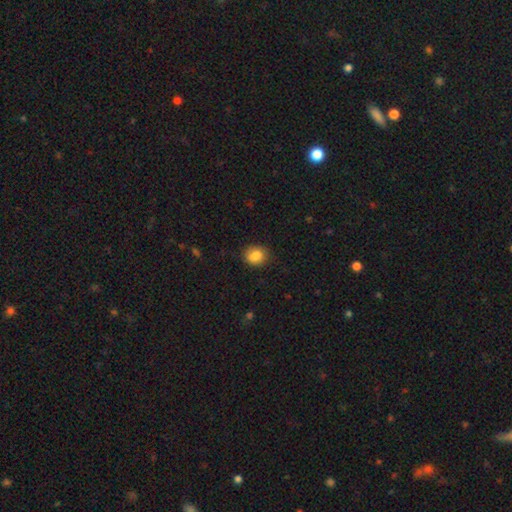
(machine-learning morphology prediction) Overall: smooth (84%). How rounded: round (70%). Merging: none (82%).